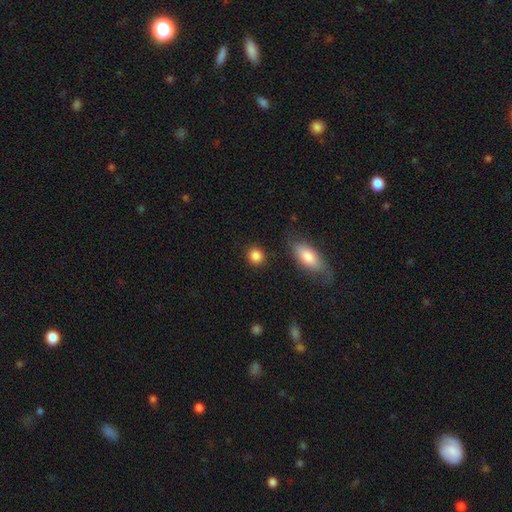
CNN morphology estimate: smooth 87%, star or artifact 9%, featured or disk 4%. Down the decision tree: how rounded — round (77%); merging — none (86%).